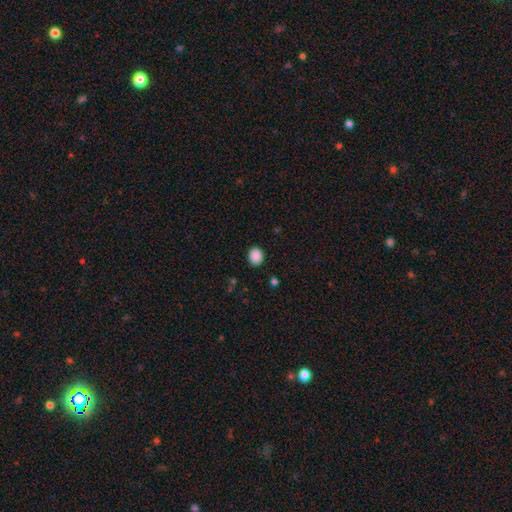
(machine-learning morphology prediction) The model was most divided on "how rounded": round: 61%, in between: 38%, cigar-shaped: 1%. More confident: merging — none (89%); smooth or featured — smooth (89%).